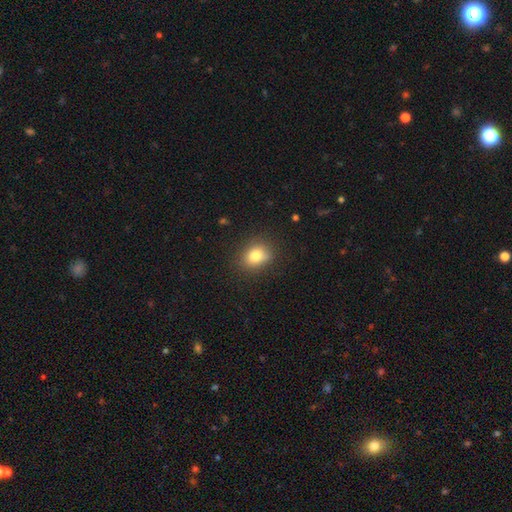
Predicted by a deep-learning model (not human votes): Smooth or featured? smooth (80%)
How rounded? in between (51%)
Merging? none (81%)